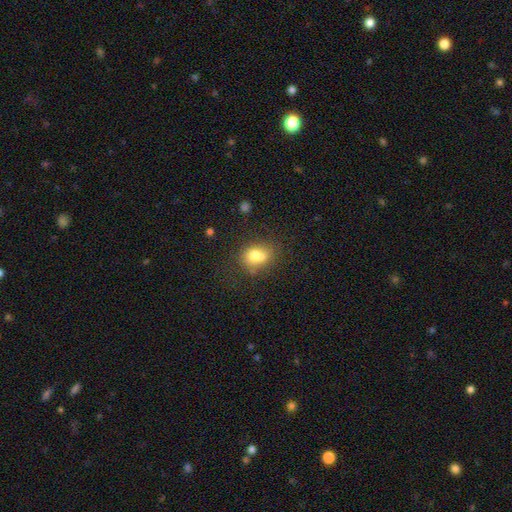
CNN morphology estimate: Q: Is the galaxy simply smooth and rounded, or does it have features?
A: smooth — 71%.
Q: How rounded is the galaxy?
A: in between — 52%.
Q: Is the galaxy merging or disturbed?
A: none — 43%.